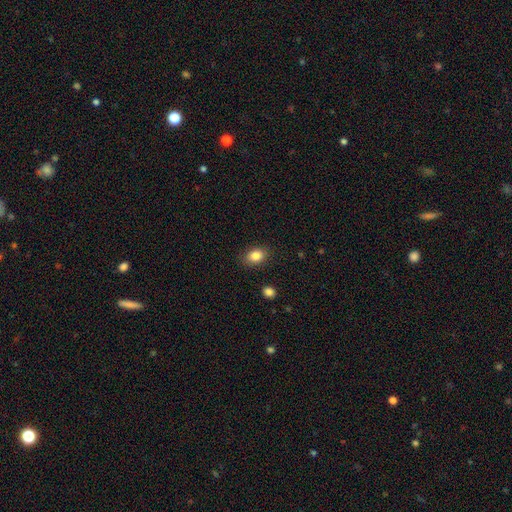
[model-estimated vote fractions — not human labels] This appears to be a smooth galaxy with no disk features (85%) that is in between round and cigar-shaped (74%). Merging: none (86%).